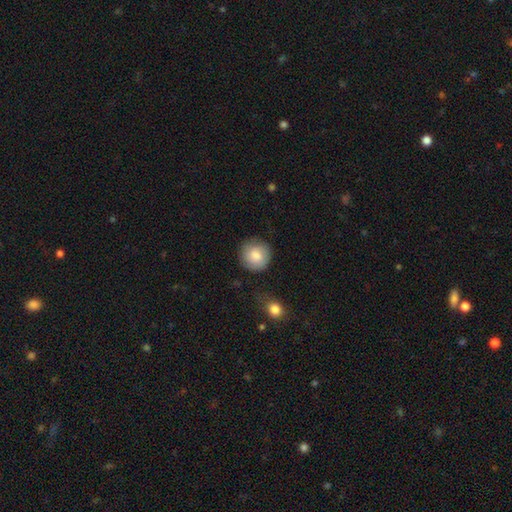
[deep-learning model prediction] smooth_or_featured: smooth (p=0.79) [alt: featured or disk p=0.14]
how_rounded: round (p=0.92) [alt: in between p=0.07]
merging: none (p=0.78) [alt: minor disturbance p=0.15]